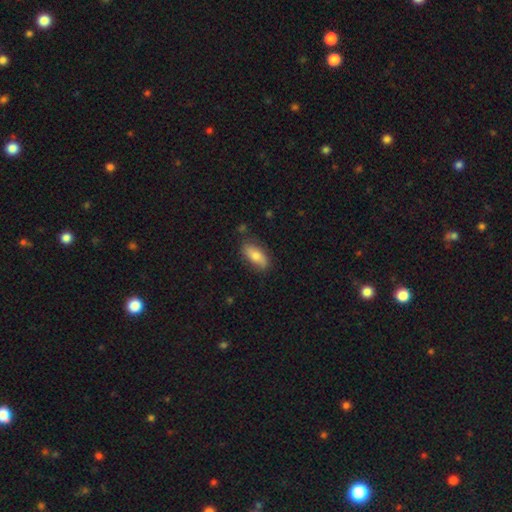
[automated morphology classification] Smooth or featured? smooth (74%)
How rounded? in between (81%)
Merging? none (76%)